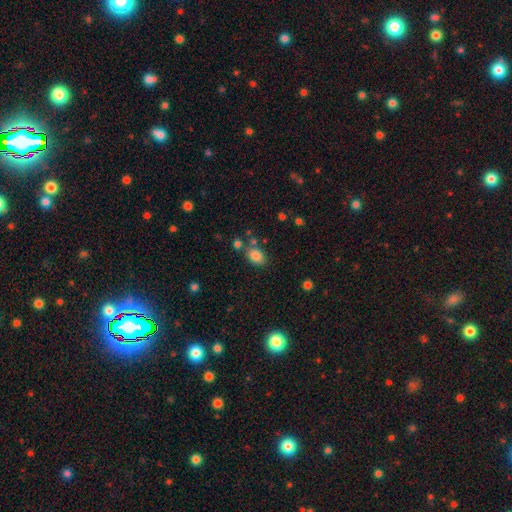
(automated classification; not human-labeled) smooth-or-featured: smooth: 84% | star or artifact: 10% | featured or disk: 6%
  how-rounded: in between: 75% | round: 24% | cigar-shaped: 1%
  merging: none: 71% | minor disturbance: 14% | merger: 11% | major disturbance: 4%